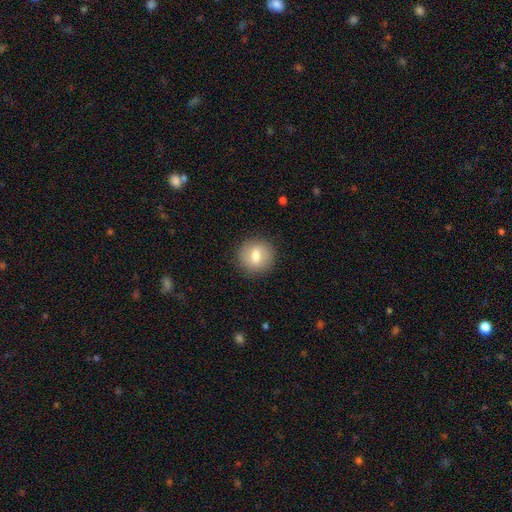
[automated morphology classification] Q: Smooth or featured?
A: smooth (72%); runner-up: featured or disk (19%)
Q: How rounded?
A: round (88%); runner-up: in between (11%)
Q: Merging?
A: none (88%); runner-up: minor disturbance (8%)